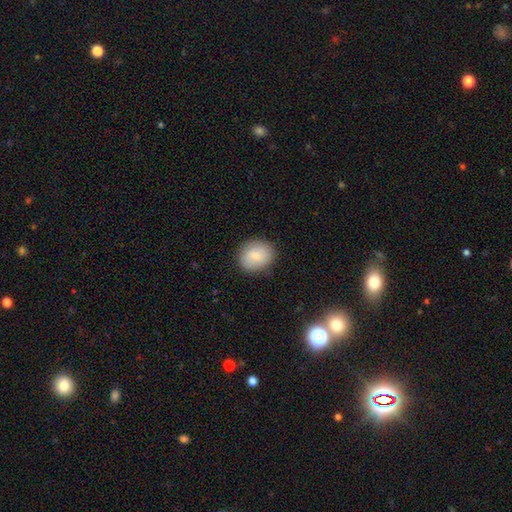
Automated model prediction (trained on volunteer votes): Smooth or featured: smooth — 78% (featured or disk — 16%)
How rounded: round — 67% (in between — 32%)
Merging: none — 86% (minor disturbance — 10%)